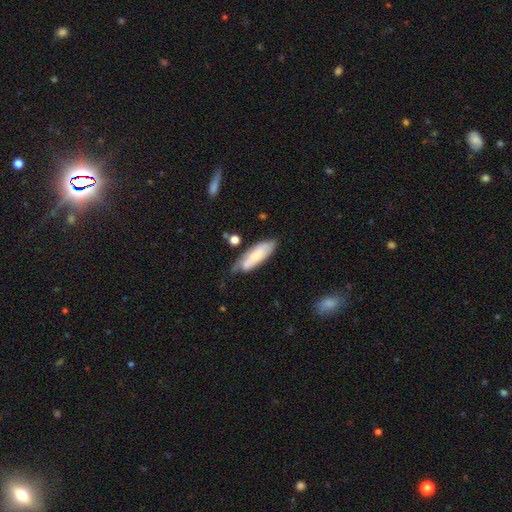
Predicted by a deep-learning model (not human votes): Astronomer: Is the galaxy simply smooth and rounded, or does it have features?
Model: smooth — 64%.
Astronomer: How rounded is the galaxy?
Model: in between — 56% (runner-up: cigar-shaped, 42%).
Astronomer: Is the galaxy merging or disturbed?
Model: none — 49% (runner-up: minor disturbance, 34%).